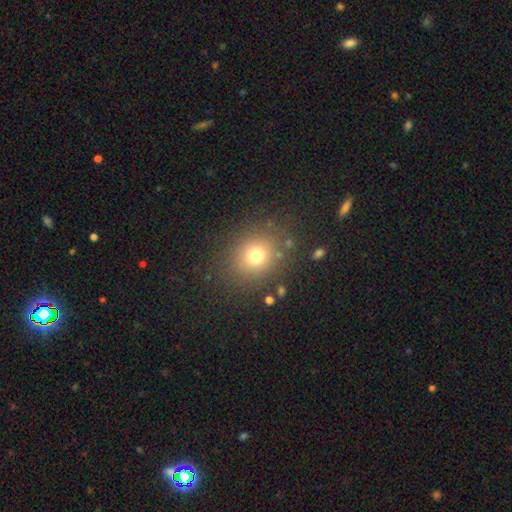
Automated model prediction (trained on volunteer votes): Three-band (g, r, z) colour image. It shows a smooth galaxy with no disk features (74%) that is round (73%). Merging: none (83%).